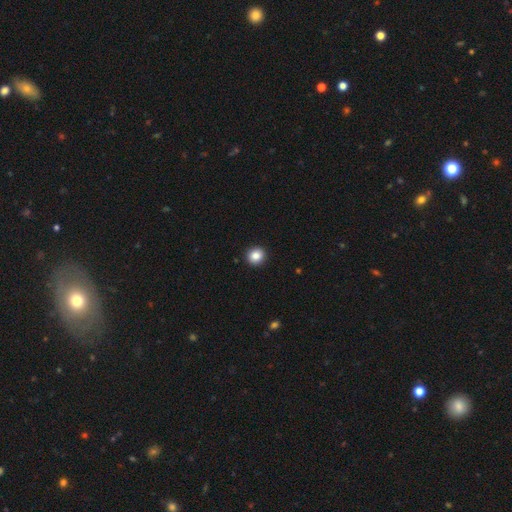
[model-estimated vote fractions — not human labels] This appears to be a smooth galaxy with no disk features (86%) that is round (89%). Merging: none (93%).